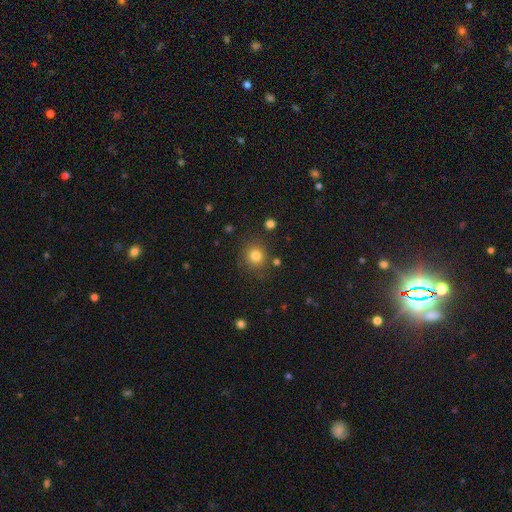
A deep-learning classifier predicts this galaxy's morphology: This is clearly a smooth galaxy (81%). How rounded: clearly round (89%). Merging: clearly none (84%).